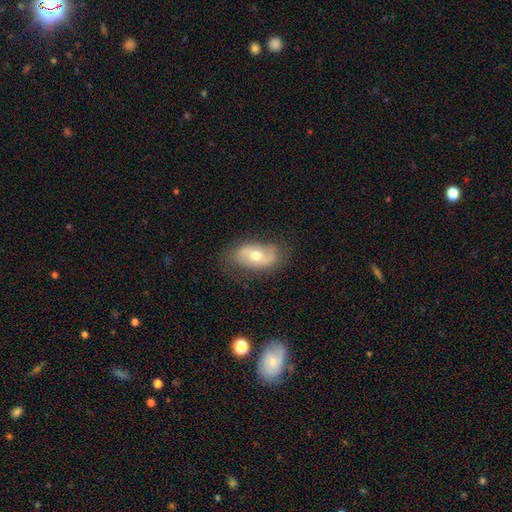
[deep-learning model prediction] The model was most divided on "smooth or featured": featured or disk: 51%, smooth: 41%, star or artifact: 8%. More confident: edge-on disk — no (91%); merging — none (72%).